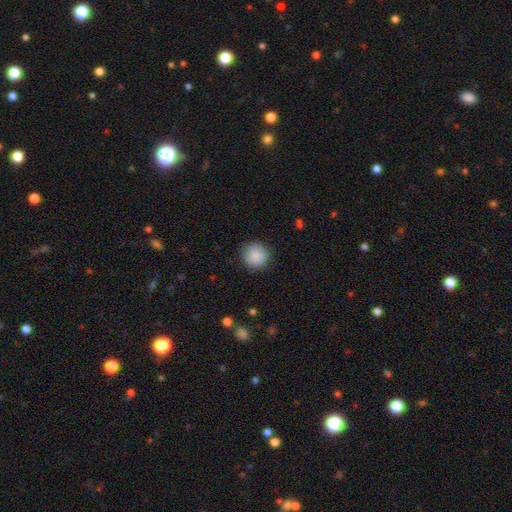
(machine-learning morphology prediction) Smooth or featured?
  - smooth: 88% *
  - star or artifact: 8%
  - featured or disk: 4%
How rounded?
  - round: 93% *
  - in between: 6%
  - cigar-shaped: 1%
Merging?
  - none: 87% *
  - minor disturbance: 9%
  - major disturbance: 2%
  - merger: 1%